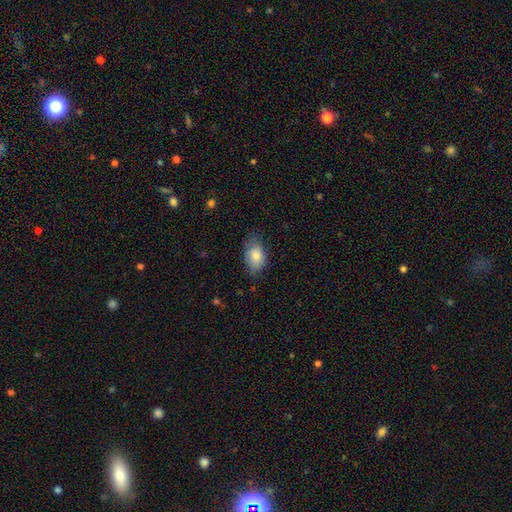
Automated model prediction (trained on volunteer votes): Morphology: type=smooth (81%); roundness=in between (87%); merging=none (62%).